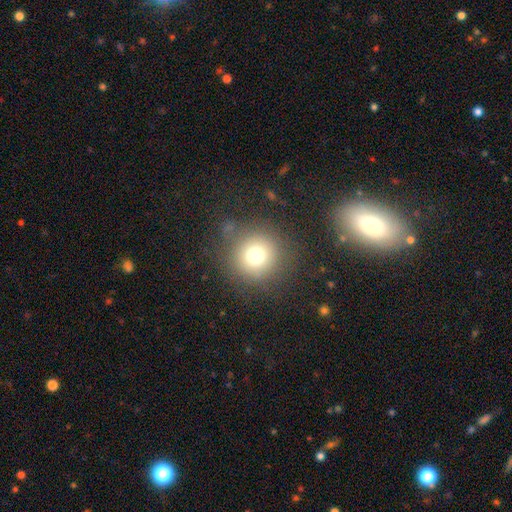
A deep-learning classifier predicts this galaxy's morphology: The model was most divided on "smooth or featured": smooth: 73%, star or artifact: 17%, featured or disk: 11%. More confident: how rounded — round (94%); merging — none (82%).